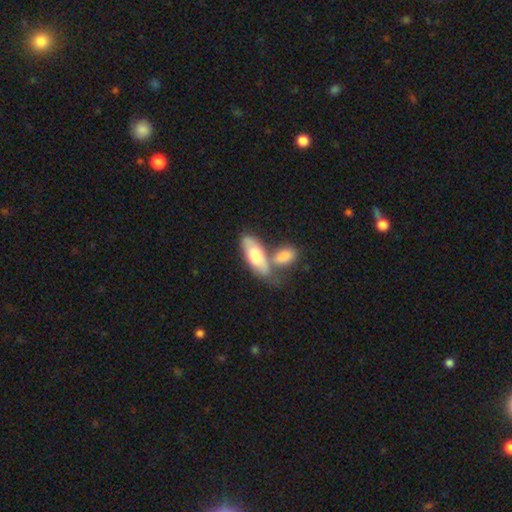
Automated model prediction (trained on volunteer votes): This appears to be a smooth galaxy with no disk features (68%) that is in between round and cigar-shaped (78%). Merging: merger (48%).